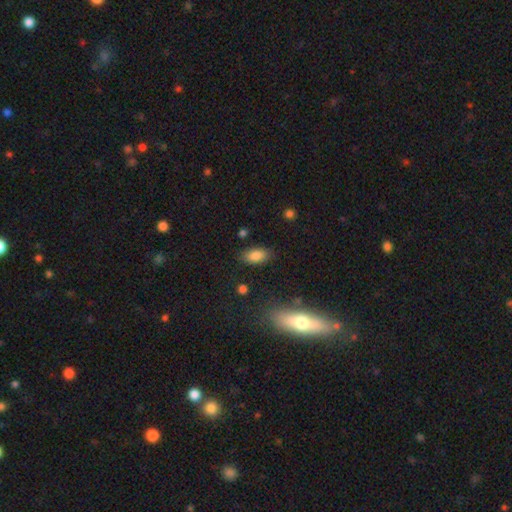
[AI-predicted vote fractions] Smooth or featured? Predicted: smooth (p=0.84). How rounded? Predicted: in between (p=0.91). Merging? Predicted: none (p=0.83).